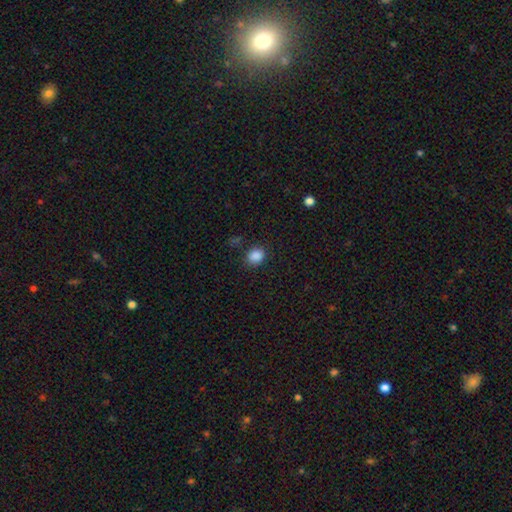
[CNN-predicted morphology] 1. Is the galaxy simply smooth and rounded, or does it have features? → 86% smooth, 11% star or artifact, 3% featured or disk.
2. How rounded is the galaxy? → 60% round, 39% in between, 1% cigar-shaped.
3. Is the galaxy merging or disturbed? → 81% none, 12% minor disturbance, 4% major disturbance, 3% merger.